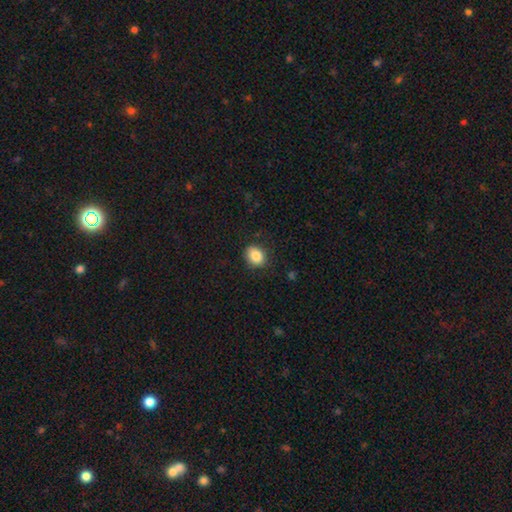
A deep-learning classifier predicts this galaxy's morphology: smooth_or_featured: smooth (p=0.86) [alt: star or artifact p=0.09]
how_rounded: in between (p=0.53) [alt: round p=0.46]
merging: none (p=0.85) [alt: minor disturbance p=0.12]